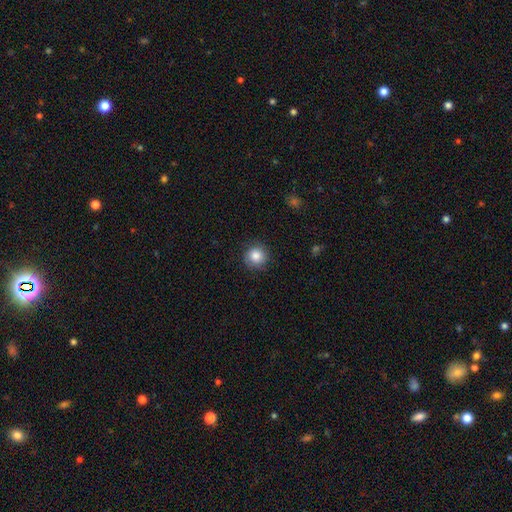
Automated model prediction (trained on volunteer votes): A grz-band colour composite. It shows a smooth galaxy with no disk features (84%) that is round (93%). Merging: none (86%).